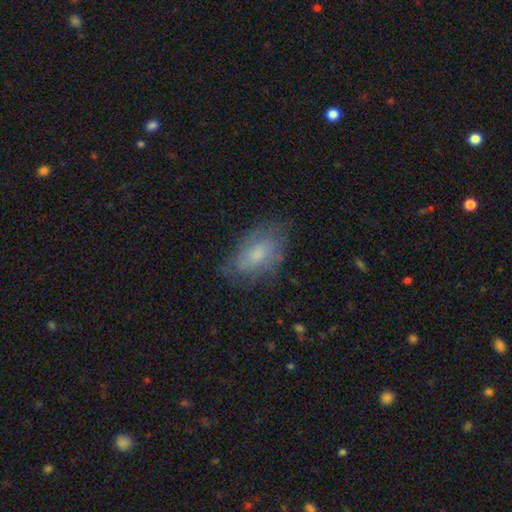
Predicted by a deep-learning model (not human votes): This is possibly a smooth galaxy (60%). How rounded: clearly in between (91%). Merging: likely none (63%).